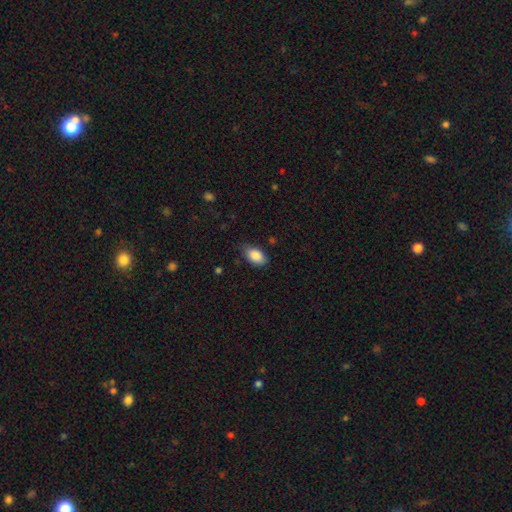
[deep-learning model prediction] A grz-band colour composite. It shows a smooth galaxy with no disk features (87%) that is in between round and cigar-shaped (92%). Merging: none (75%).